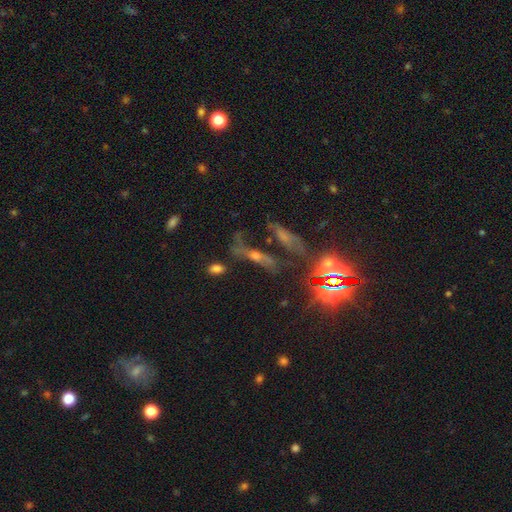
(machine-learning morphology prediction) This is marginally a star or artifact rather than a galaxy (41%).